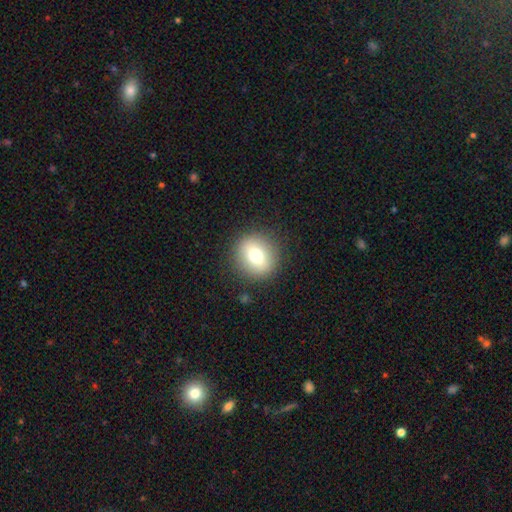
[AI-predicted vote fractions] Overall: smooth (74%). How rounded: round (84%). Merging: none (89%).